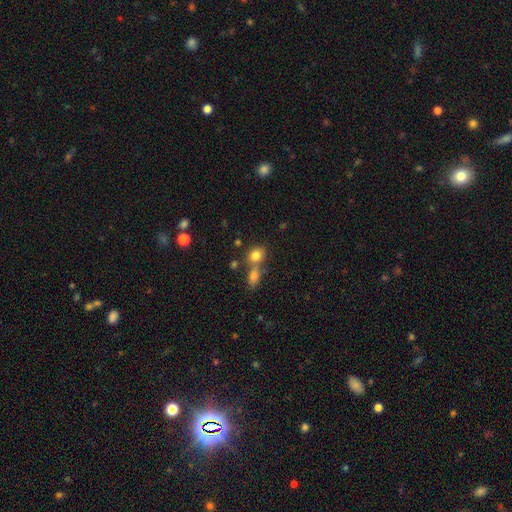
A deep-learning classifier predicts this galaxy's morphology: Smooth or featured? Predicted: smooth (p=0.80). How rounded? Predicted: in between (p=0.52). Merging? Predicted: none (p=0.49).